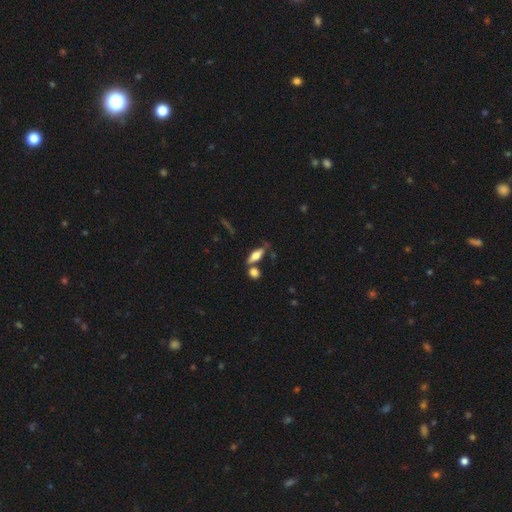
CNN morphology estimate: Overall: smooth (61%; featured or disk 31%). How rounded: in between (65%; cigar-shaped 31%). Merging: none (63%).